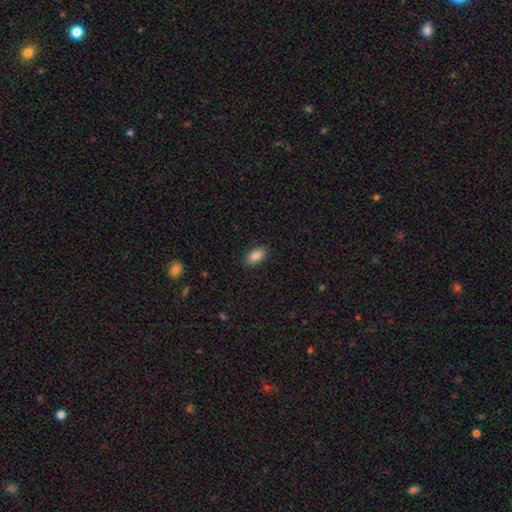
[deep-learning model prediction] A smooth galaxy with no disk features (89%) that is in between round and cigar-shaped (92%).

Vote fractions:
- Smooth or featured? smooth: 89% / star or artifact: 8% / featured or disk: 4%
- How rounded? in between: 92% / cigar-shaped: 5% / round: 3%
- Merging? none: 88% / minor disturbance: 9% / major disturbance: 2% / merger: 1%